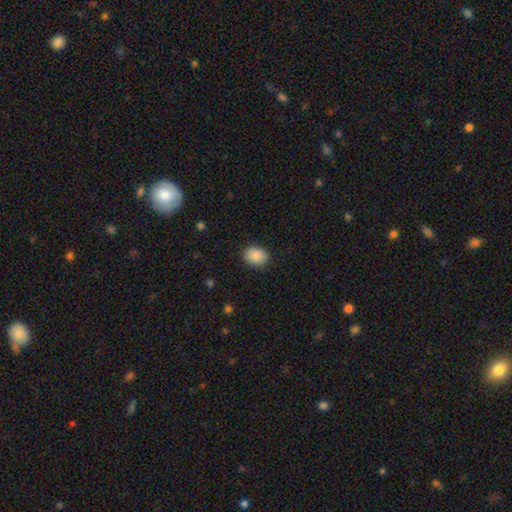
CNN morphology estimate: This appears to be a smooth galaxy with no disk features (88%) that is in between round and cigar-shaped (60%). Merging: none (88%).